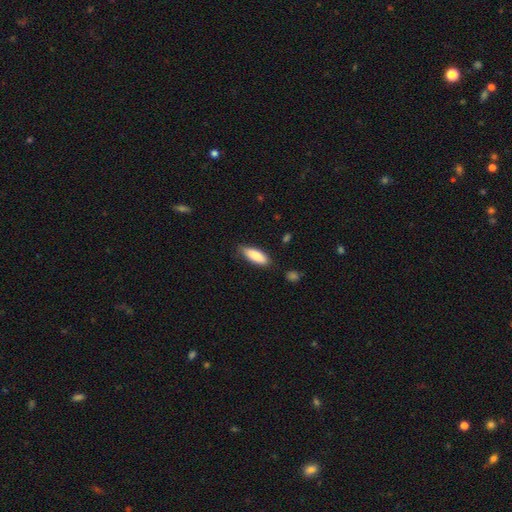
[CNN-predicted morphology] type=smooth (87%); roundness=in between (69%); merging=none (79%).